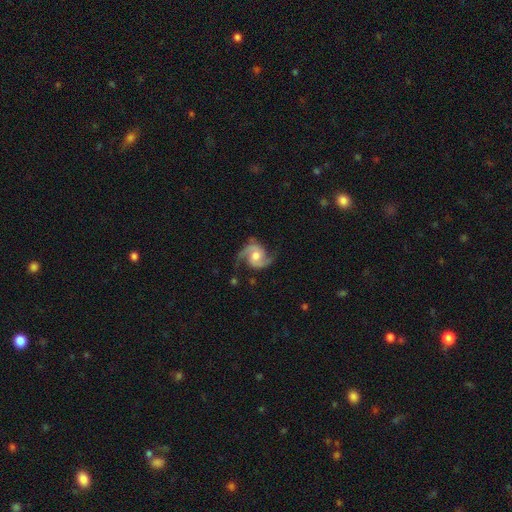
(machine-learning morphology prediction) The model was most divided on "bar": no: 58%, weak: 34%, strong: 8%. More confident: edge-on disk — no (98%); spiral arms — yes (98%); spiral arm count — 2 (93%); smooth or featured — featured or disk (90%); merging — none (75%); bulge size — moderate (68%); spiral winding — medium (55%).